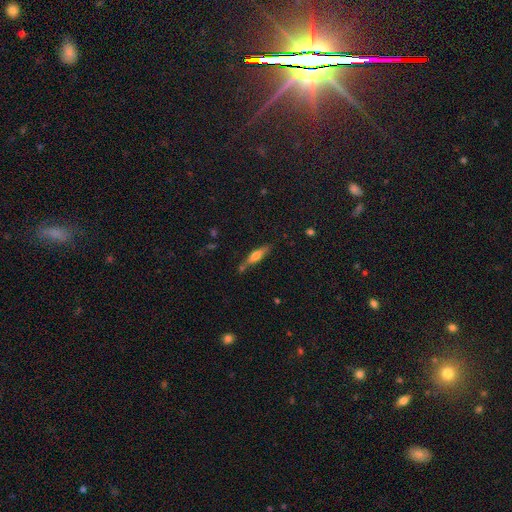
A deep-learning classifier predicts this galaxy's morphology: This is possibly a smooth galaxy (49%). Merging: likely none (71%).